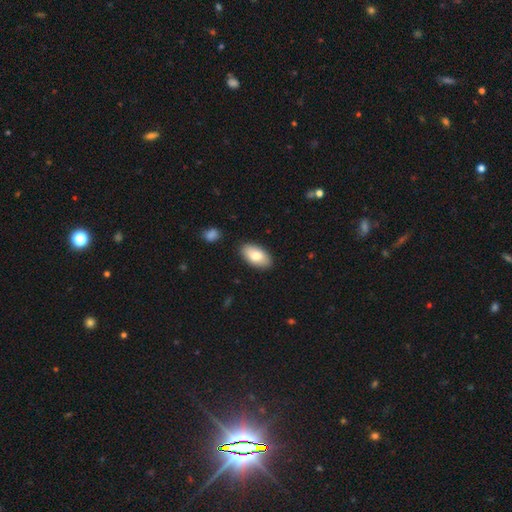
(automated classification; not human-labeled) smooth-or-featured: smooth: 79% | featured or disk: 15% | star or artifact: 6%
  how-rounded: in between: 94% | round: 3% | cigar-shaped: 3%
  merging: none: 87% | minor disturbance: 9% | major disturbance: 2% | merger: 2%